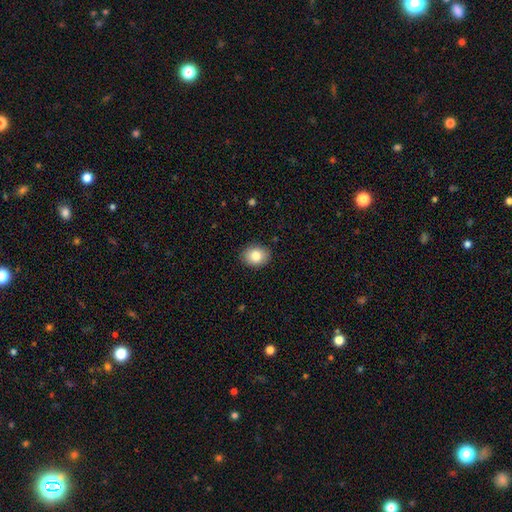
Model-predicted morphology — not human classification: The model was most divided on "how rounded": in between: 59%, round: 40%, cigar-shaped: 1%. More confident: merging — none (88%); smooth or featured — smooth (84%).